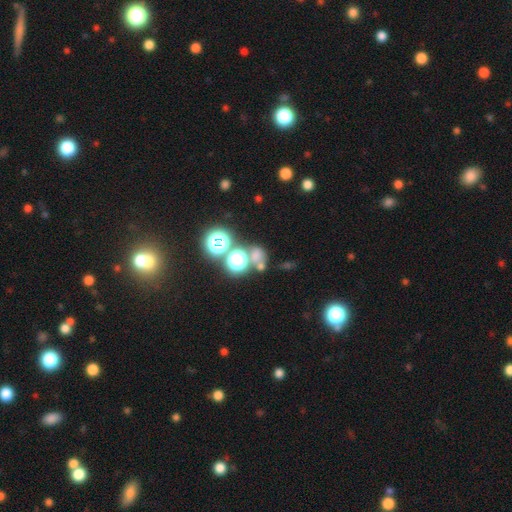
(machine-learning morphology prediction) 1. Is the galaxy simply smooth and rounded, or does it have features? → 49% smooth, 39% star or artifact, 12% featured or disk.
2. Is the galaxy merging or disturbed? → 49% none, 32% merger, 11% minor disturbance, 8% major disturbance.